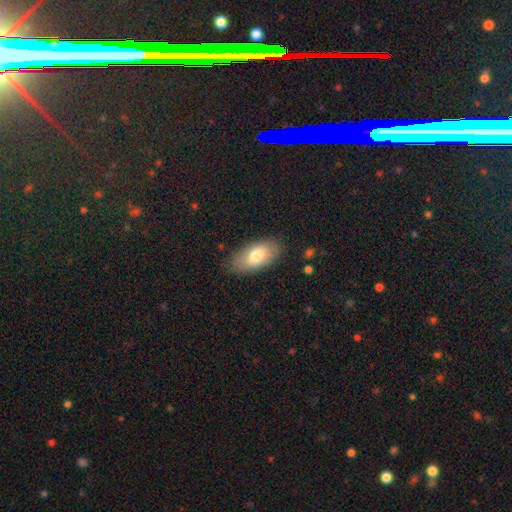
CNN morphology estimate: This appears to be a smooth galaxy with no disk features (73%) that is in between round and cigar-shaped (91%). Merging: none (79%).